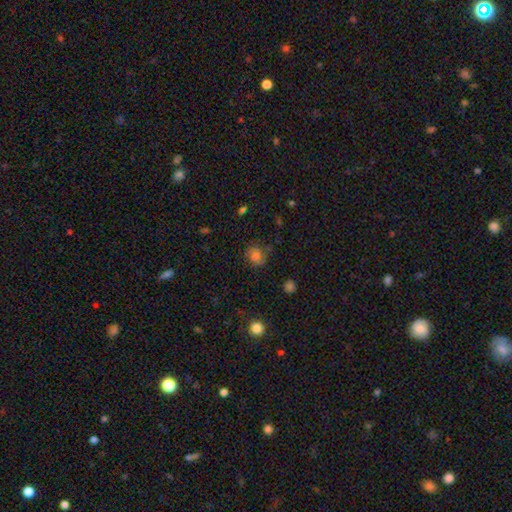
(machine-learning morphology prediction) Smooth or featured: smooth — 68% (featured or disk — 17%)
How rounded: round — 71% (in between — 28%)
Merging: none — 67% (minor disturbance — 22%)